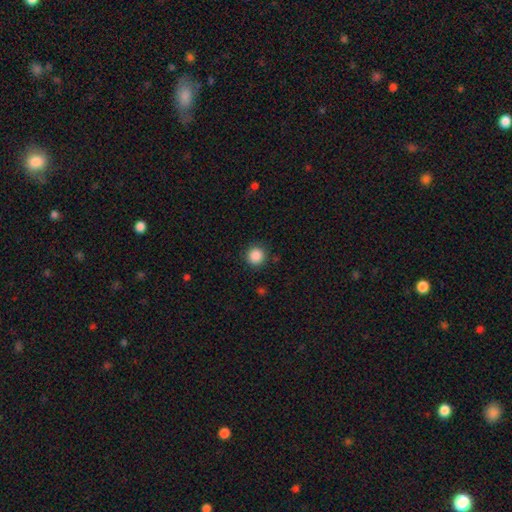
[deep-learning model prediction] This is clearly a smooth galaxy (87%). How rounded: clearly round (94%). Merging: clearly none (89%).